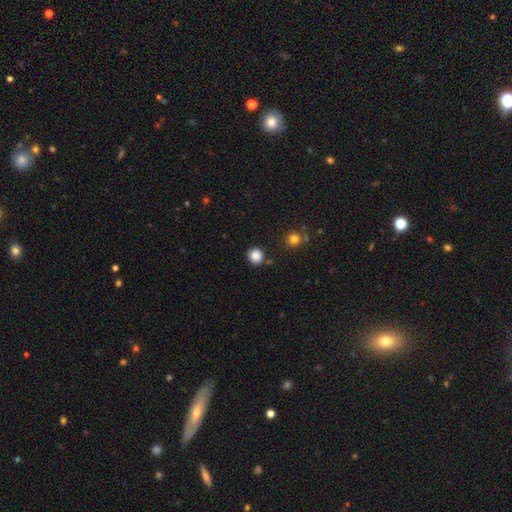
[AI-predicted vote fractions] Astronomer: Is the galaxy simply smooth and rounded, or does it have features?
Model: smooth — 86%.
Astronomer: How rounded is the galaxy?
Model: round — 89%.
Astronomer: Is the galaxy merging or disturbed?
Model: none — 85%.